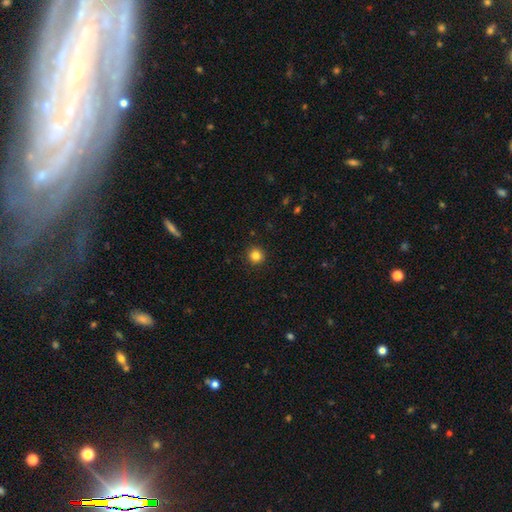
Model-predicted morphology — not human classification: smooth-or-featured: smooth: 84% | star or artifact: 11% | featured or disk: 5%
  how-rounded: round: 95% | in between: 4% | cigar-shaped: 1%
  merging: none: 92% | minor disturbance: 5% | major disturbance: 2% | merger: 1%